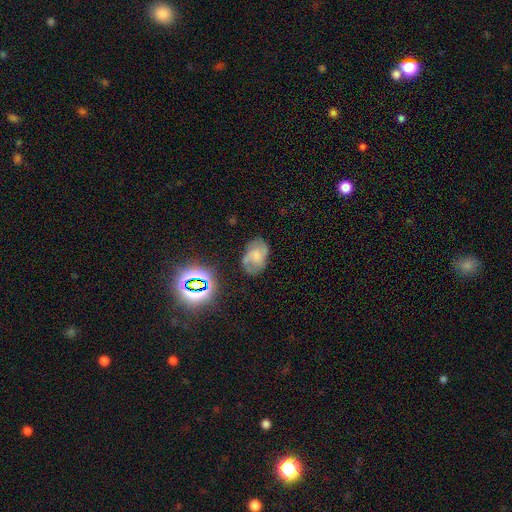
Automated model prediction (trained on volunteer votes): Smooth or featured? Predicted: featured or disk (p=0.44). Merging? Predicted: none (p=0.60).